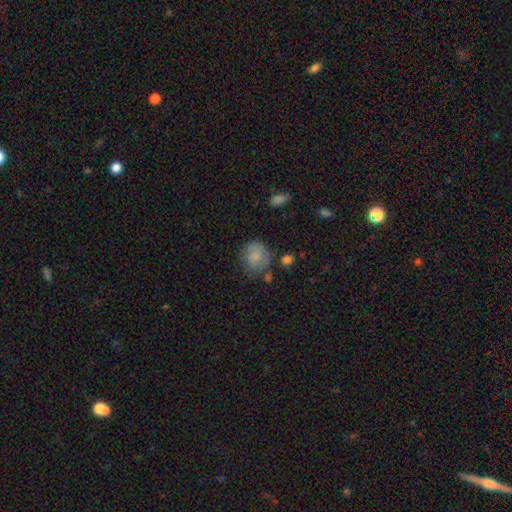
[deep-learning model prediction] The model was most divided on "merging": none: 58%, minor disturbance: 26%, major disturbance: 11%, merger: 5%. More confident: smooth or featured — smooth (77%); how rounded — round (75%).